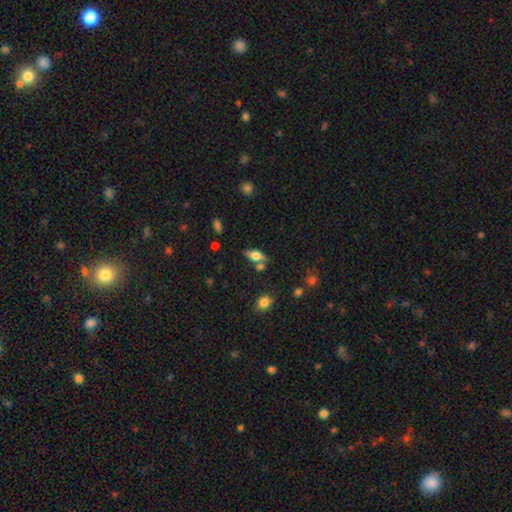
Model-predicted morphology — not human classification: Smooth or featured: smooth — 48% (featured or disk — 43%)
Merging: none — 67% (merger — 14%)